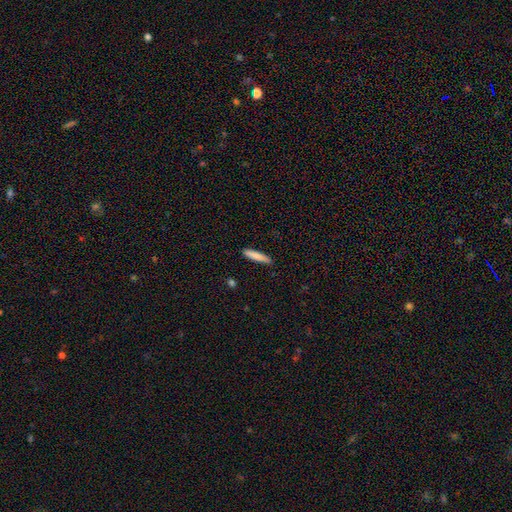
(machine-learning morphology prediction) Smooth or featured?
  - smooth: 83% *
  - featured or disk: 11%
  - star or artifact: 6%
How rounded?
  - cigar-shaped: 89% *
  - in between: 10%
  - round: 1%
Merging?
  - none: 87% *
  - minor disturbance: 10%
  - major disturbance: 2%
  - merger: 1%